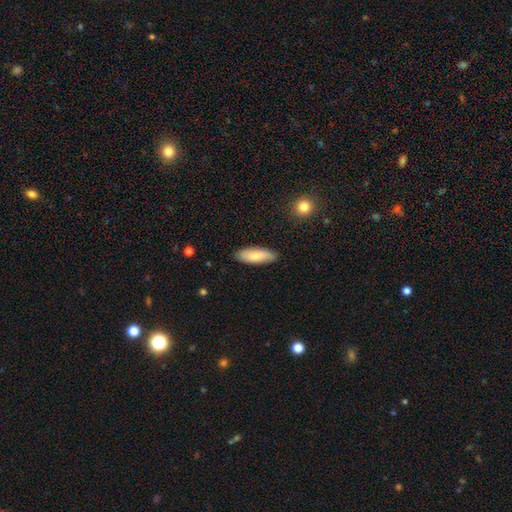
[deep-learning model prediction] This appears to be a smooth galaxy with no disk features (76%) that is in between round and cigar-shaped (64%). Merging: none (87%).